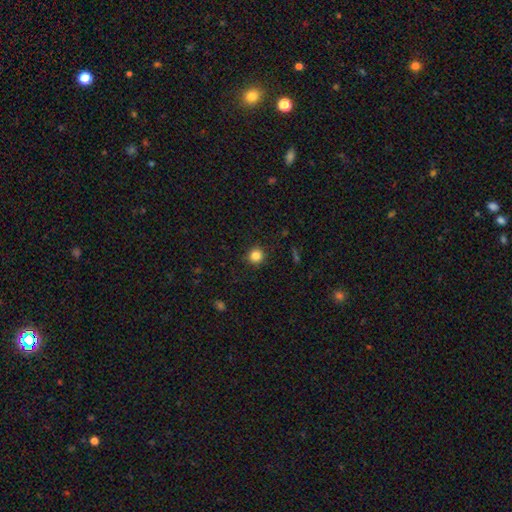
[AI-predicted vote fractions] smooth-or-featured: smooth: 84% | star or artifact: 12% | featured or disk: 5%
  how-rounded: round: 93% | in between: 6% | cigar-shaped: 1%
  merging: none: 90% | minor disturbance: 7% | major disturbance: 2% | merger: 1%